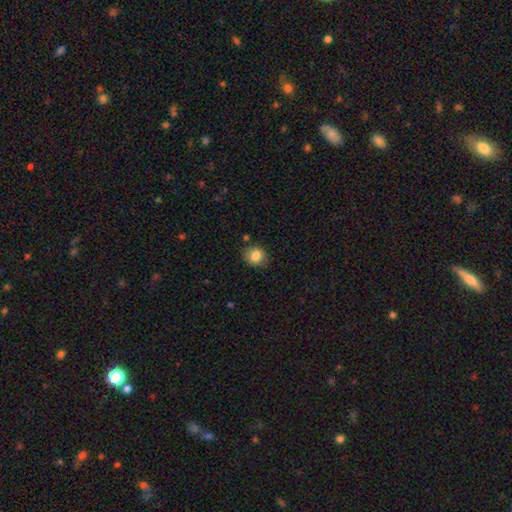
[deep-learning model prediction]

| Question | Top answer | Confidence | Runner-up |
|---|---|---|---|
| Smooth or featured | smooth | 83% | star or artifact (10%) |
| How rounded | round | 74% | in between (25%) |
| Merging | none | 83% | minor disturbance (12%) |